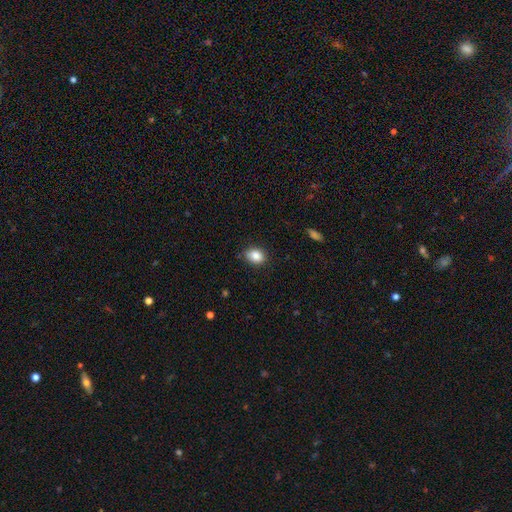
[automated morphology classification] This is clearly a smooth galaxy (85%). How rounded: possibly in between (58%). Merging: clearly none (81%).